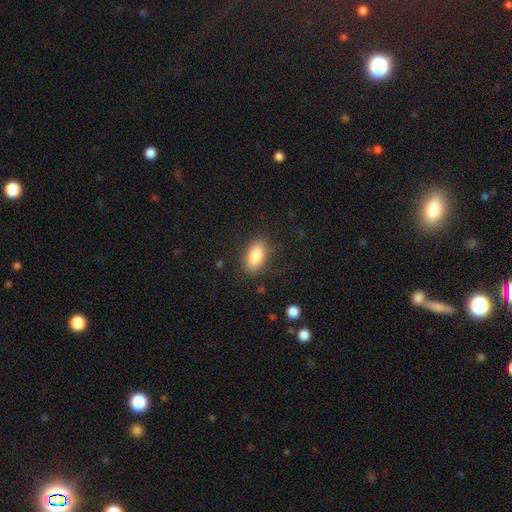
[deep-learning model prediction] Smooth or featured?
  - smooth: 83% *
  - featured or disk: 9%
  - star or artifact: 7%
How rounded?
  - in between: 88% *
  - cigar-shaped: 7%
  - round: 5%
Merging?
  - none: 85% *
  - minor disturbance: 11%
  - major disturbance: 3%
  - merger: 1%